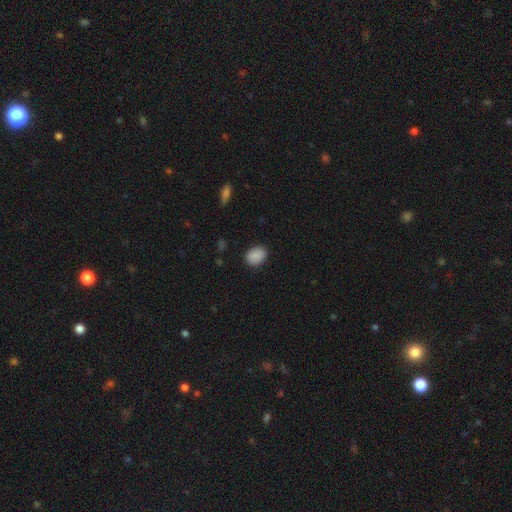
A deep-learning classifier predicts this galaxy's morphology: This is clearly a smooth galaxy (89%). How rounded: likely in between (73%). Merging: clearly none (87%).